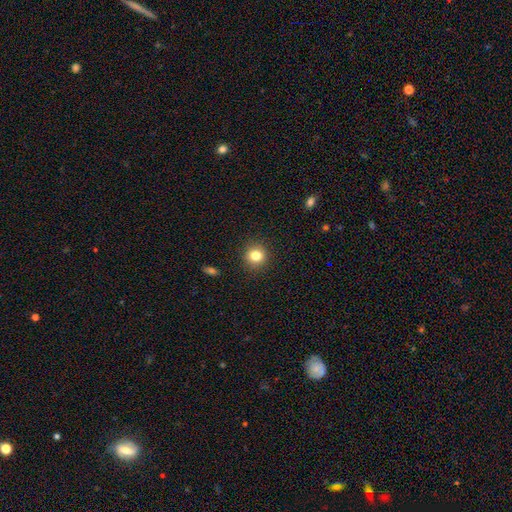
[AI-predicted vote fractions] Smooth or featured?
  - smooth: 82% *
  - star or artifact: 11%
  - featured or disk: 7%
How rounded?
  - round: 88% *
  - in between: 11%
  - cigar-shaped: 1%
Merging?
  - none: 91% *
  - minor disturbance: 6%
  - major disturbance: 2%
  - merger: 1%